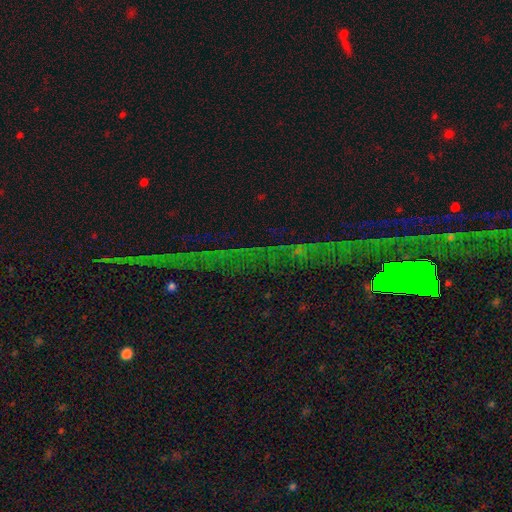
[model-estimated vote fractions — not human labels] Smooth or featured? star or artifact (77%)